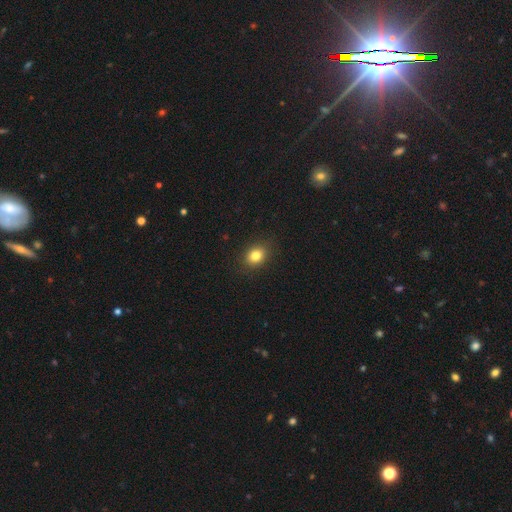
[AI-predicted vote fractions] Smooth or featured? Predicted: smooth (p=0.82). How rounded? Predicted: in between (p=0.51). Merging? Predicted: none (p=0.88).